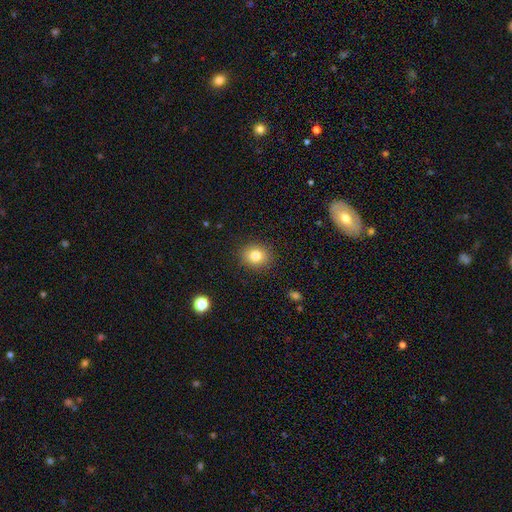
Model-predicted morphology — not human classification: This appears to be a smooth galaxy with no disk features (81%) that is round (72%). Merging: none (89%).